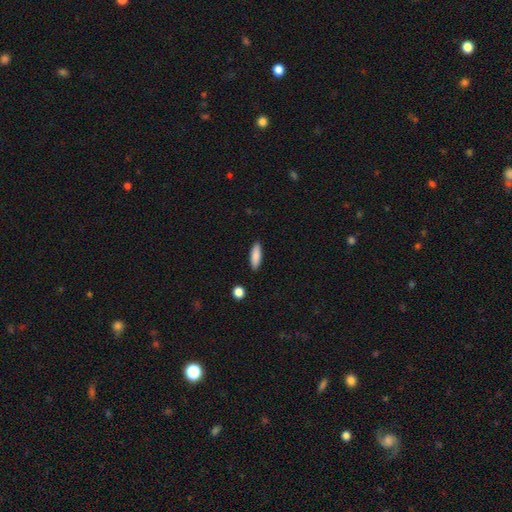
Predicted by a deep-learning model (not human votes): A smooth galaxy with no disk features (87%) that is cigar-shaped (52%). Merging: none (89%).